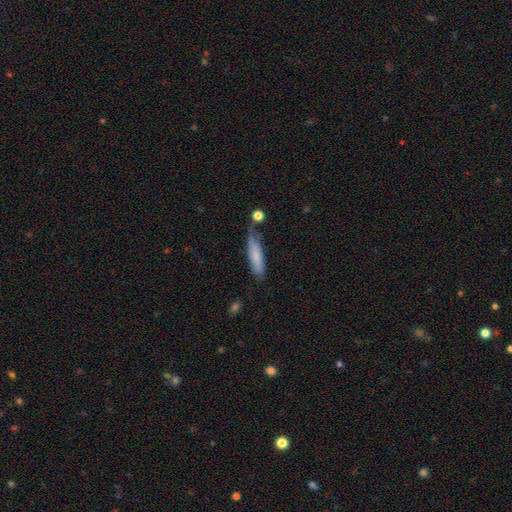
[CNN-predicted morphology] smooth_or_featured: smooth (p=0.72) [alt: featured or disk p=0.22]
how_rounded: cigar-shaped (p=0.79) [alt: in between p=0.20]
merging: none (p=0.60) [alt: minor disturbance p=0.26]